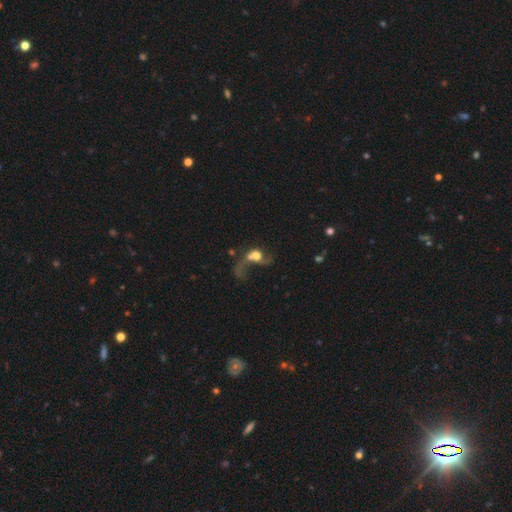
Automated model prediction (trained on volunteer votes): Smooth or featured: featured or disk — 46% (smooth — 42%)
Merging: merger — 47% (major disturbance — 32%)